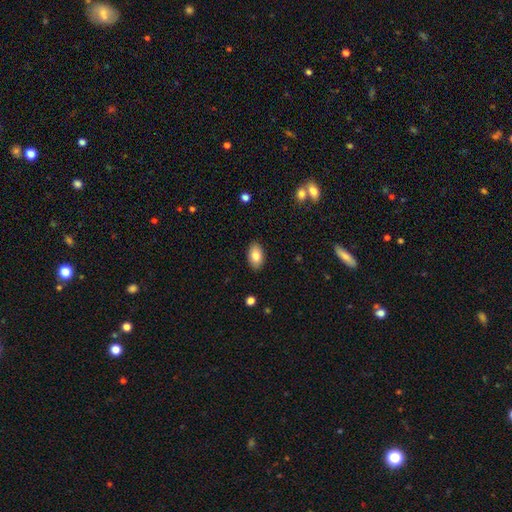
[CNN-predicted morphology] Smooth or featured? Predicted: smooth (p=0.84). How rounded? Predicted: in between (p=0.93). Merging? Predicted: none (p=0.89).